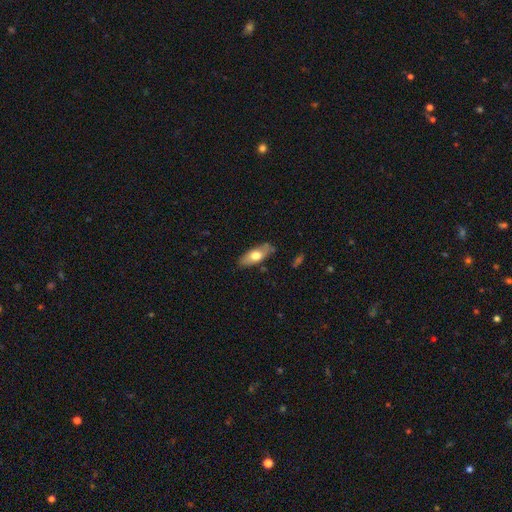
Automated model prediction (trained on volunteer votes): A smooth galaxy with no disk features (63%) that is in between round and cigar-shaped (78%).

Vote fractions:
- Smooth or featured? smooth: 63% / featured or disk: 31% / star or artifact: 6%
- How rounded? in between: 78% / cigar-shaped: 19% / round: 3%
- Merging? none: 77% / minor disturbance: 18% / major disturbance: 3% / merger: 2%